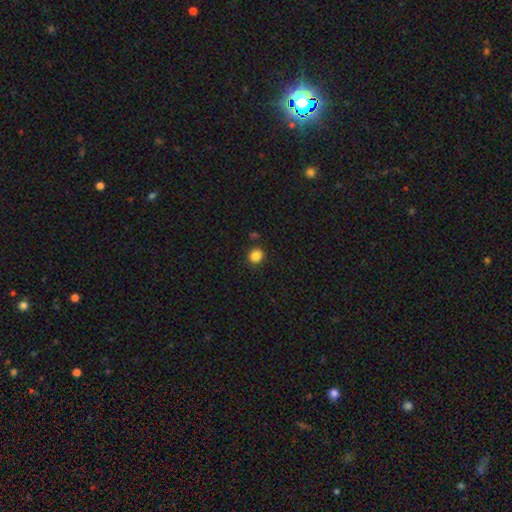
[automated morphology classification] smooth 85%, star or artifact 11%, featured or disk 4%. Down the decision tree: how rounded — round (85%); merging — none (87%).